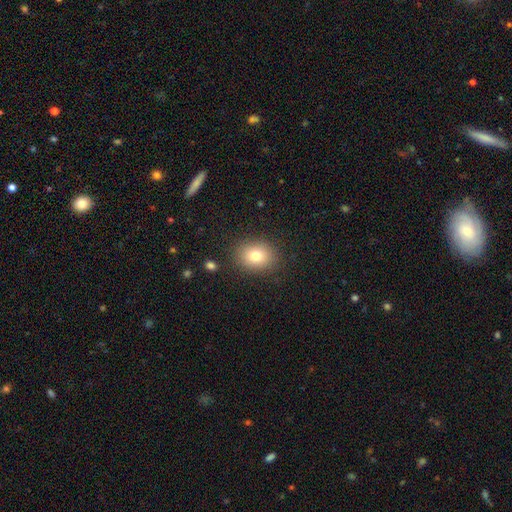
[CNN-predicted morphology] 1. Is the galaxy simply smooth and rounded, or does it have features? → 78% smooth, 11% star or artifact, 11% featured or disk.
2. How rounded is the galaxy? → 51% round, 48% in between, 1% cigar-shaped.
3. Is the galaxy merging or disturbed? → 86% none, 9% minor disturbance, 3% major disturbance, 1% merger.